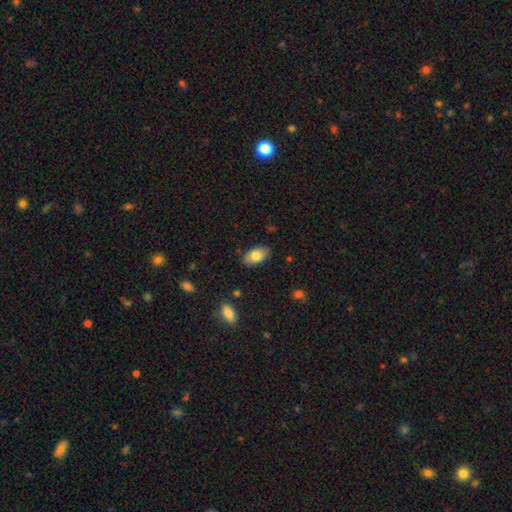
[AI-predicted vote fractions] smooth 79%, featured or disk 14%, star or artifact 7%. Down the decision tree: how rounded — in between (94%); merging — none (85%).